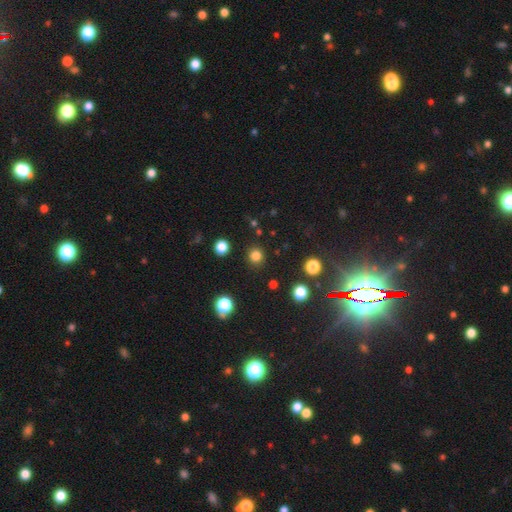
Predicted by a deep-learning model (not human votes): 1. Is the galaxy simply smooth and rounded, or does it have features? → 81% smooth, 15% star or artifact, 4% featured or disk.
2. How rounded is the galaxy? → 93% round, 6% in between, 1% cigar-shaped.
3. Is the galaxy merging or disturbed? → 89% none, 6% minor disturbance, 2% major disturbance, 2% merger.